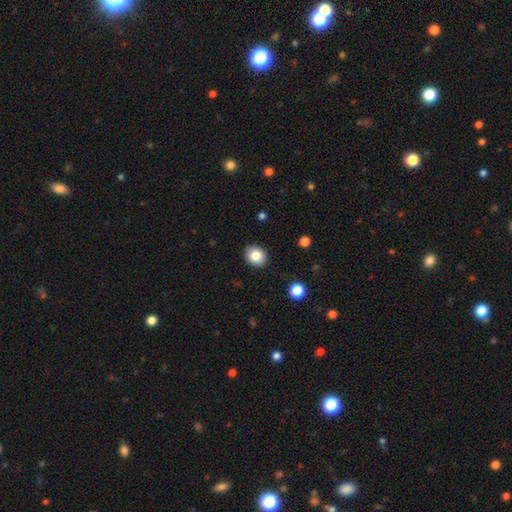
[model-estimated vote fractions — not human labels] A smooth galaxy with no disk features (84%) that is round (62%). Merging: none (89%).